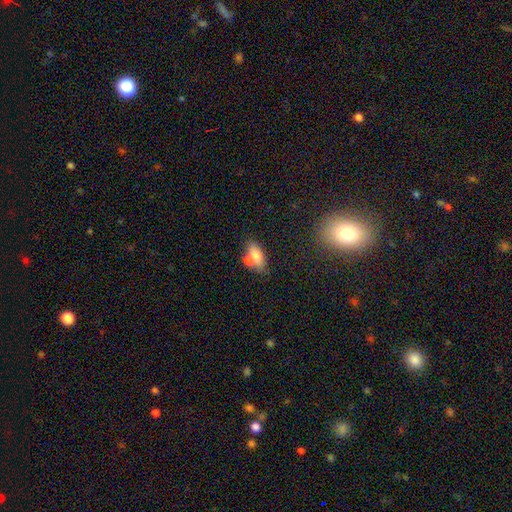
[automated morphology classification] A smooth galaxy with no disk features (70%) that is in between round and cigar-shaped (82%).

Vote fractions:
- Smooth or featured? smooth: 70% / featured or disk: 21% / star or artifact: 9%
- How rounded? in between: 82% / cigar-shaped: 10% / round: 8%
- Merging? none: 48% / merger: 34% / minor disturbance: 13% / major disturbance: 5%